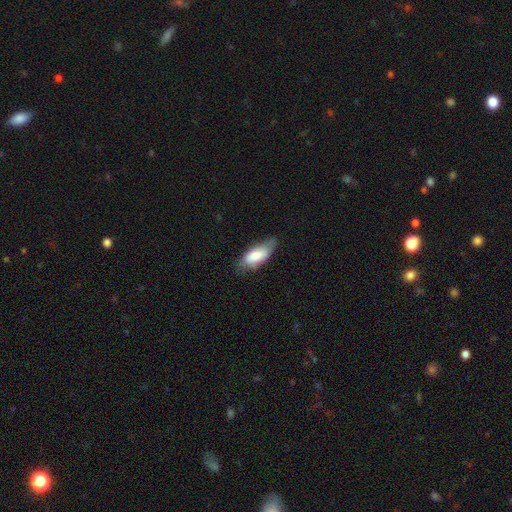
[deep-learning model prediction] This appears to be a smooth galaxy with no disk features (76%) that is in between round and cigar-shaped (81%). Merging: none (63%).